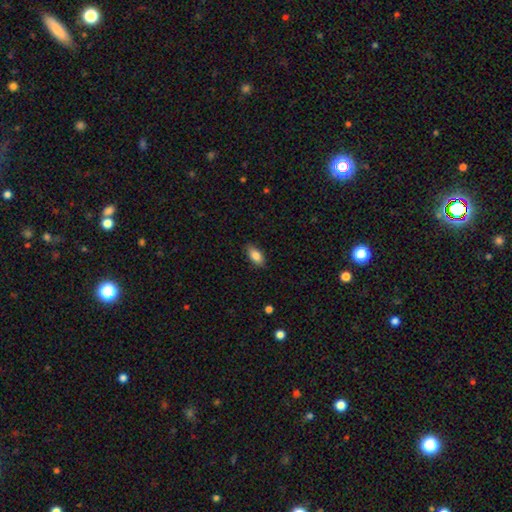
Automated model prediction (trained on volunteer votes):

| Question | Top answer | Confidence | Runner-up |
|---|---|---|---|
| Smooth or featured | smooth | 86% | featured or disk (7%) |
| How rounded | in between | 89% | cigar-shaped (8%) |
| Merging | none | 87% | minor disturbance (10%) |